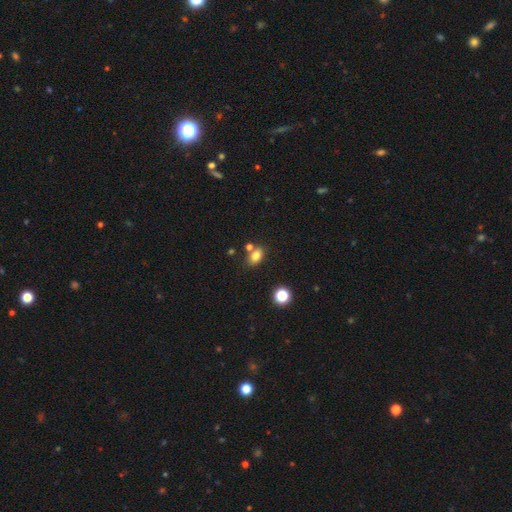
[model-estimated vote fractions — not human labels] The model was most divided on "merging": none: 66%, merger: 18%, minor disturbance: 13%, major disturbance: 4%. More confident: smooth or featured — smooth (79%); how rounded — in between (77%).